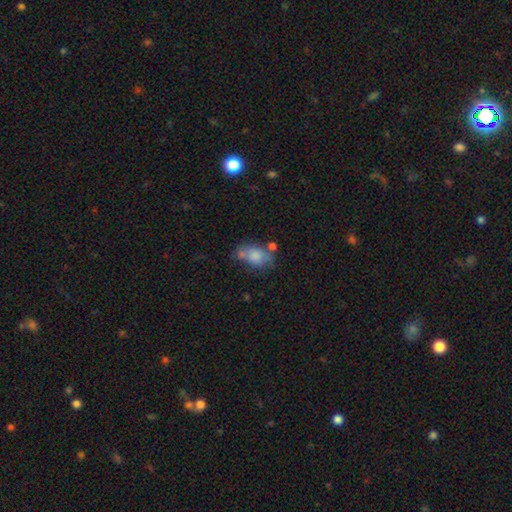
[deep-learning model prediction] Smooth or featured? smooth (75%)
How rounded? in between (83%)
Merging? none (40%)